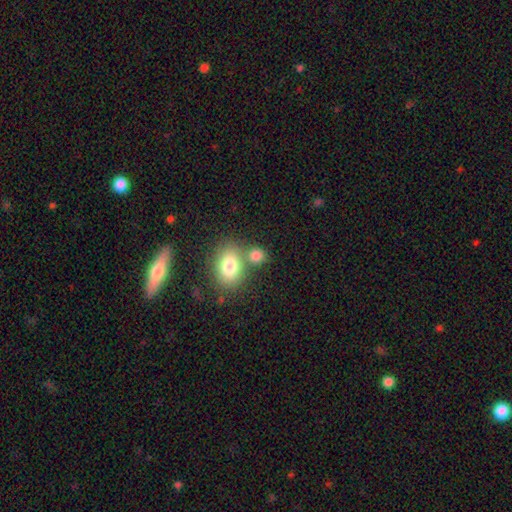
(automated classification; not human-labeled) smooth-or-featured: smooth: 82% | star or artifact: 10% | featured or disk: 8%
  how-rounded: round: 57% | in between: 41% | cigar-shaped: 2%
  merging: none: 55% | merger: 30% | minor disturbance: 10% | major disturbance: 4%